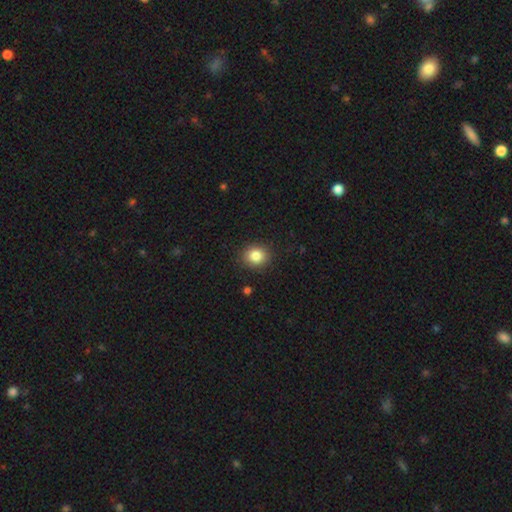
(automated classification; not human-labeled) This is clearly a smooth galaxy (84%). How rounded: likely round (73%). Merging: clearly none (89%).